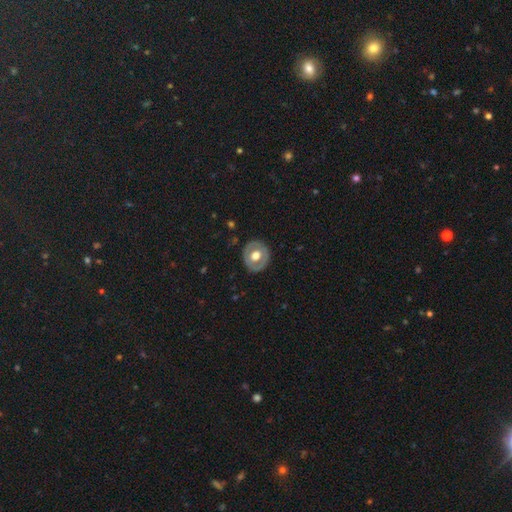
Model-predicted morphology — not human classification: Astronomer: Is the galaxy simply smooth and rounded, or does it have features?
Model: featured or disk — 50% (runner-up: smooth, 44%).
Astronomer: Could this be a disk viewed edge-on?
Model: no — 94%.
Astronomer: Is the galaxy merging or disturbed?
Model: none — 85%.